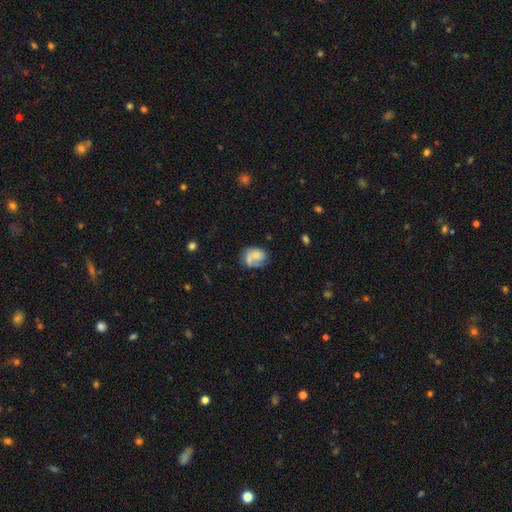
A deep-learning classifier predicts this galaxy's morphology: A featured or disk galaxy (48%). Merging: none (45%).